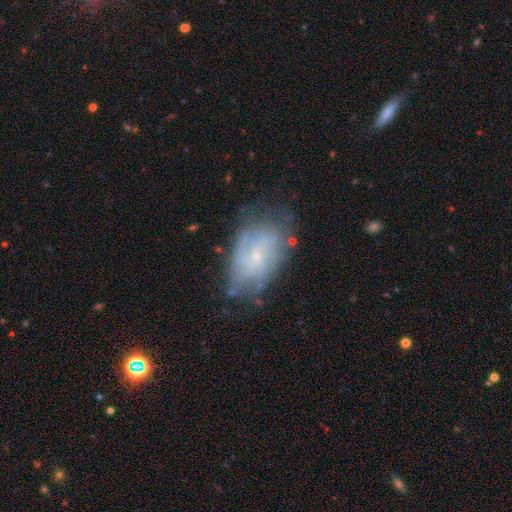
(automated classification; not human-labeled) Smooth or featured? featured or disk (66%)
Edge-on disk? no (96%)
Bar? no (65%)
Spiral arms? yes (77%)
Bulge size? small (80%)
Merging? none (61%)